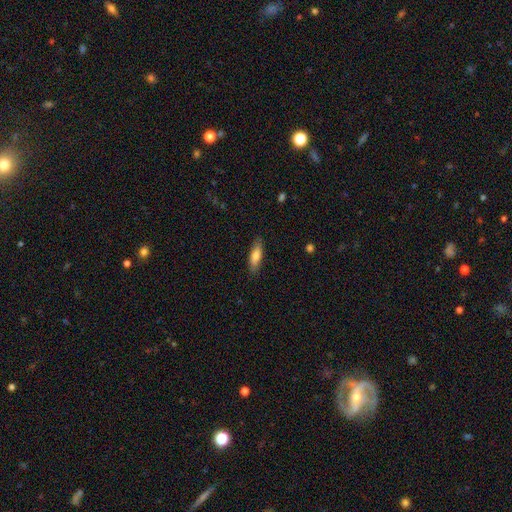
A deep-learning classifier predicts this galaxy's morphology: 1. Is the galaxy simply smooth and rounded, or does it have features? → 75% smooth, 19% featured or disk, 6% star or artifact.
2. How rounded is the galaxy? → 53% cigar-shaped, 45% in between, 2% round.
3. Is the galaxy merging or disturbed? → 86% none, 11% minor disturbance, 2% major disturbance, 1% merger.